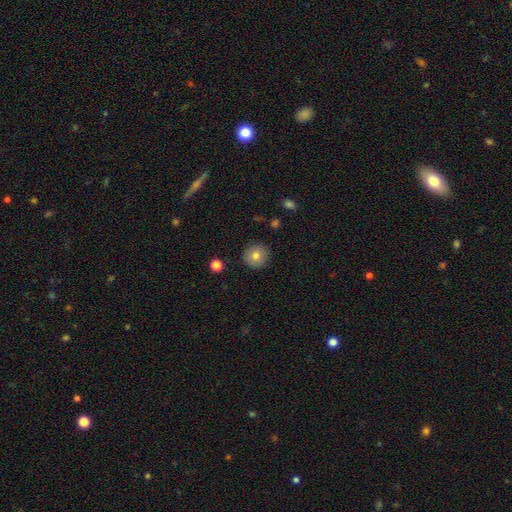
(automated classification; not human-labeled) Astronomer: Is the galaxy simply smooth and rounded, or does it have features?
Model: smooth — 78%.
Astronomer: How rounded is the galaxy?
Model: round — 92%.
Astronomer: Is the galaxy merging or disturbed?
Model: none — 90%.